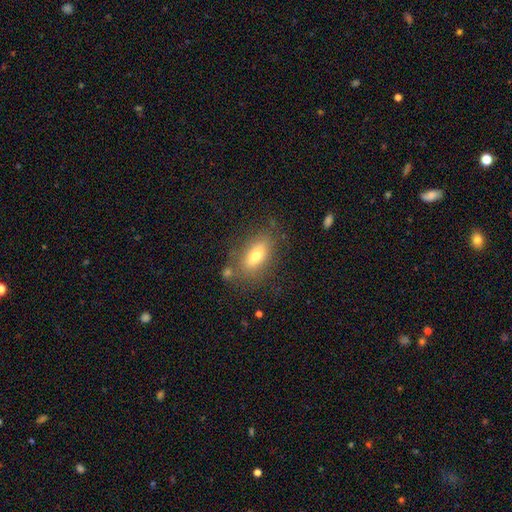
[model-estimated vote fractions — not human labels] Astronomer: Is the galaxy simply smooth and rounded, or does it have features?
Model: smooth — 67%.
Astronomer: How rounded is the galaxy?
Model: in between — 82%.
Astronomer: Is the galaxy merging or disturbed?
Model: none — 73%.